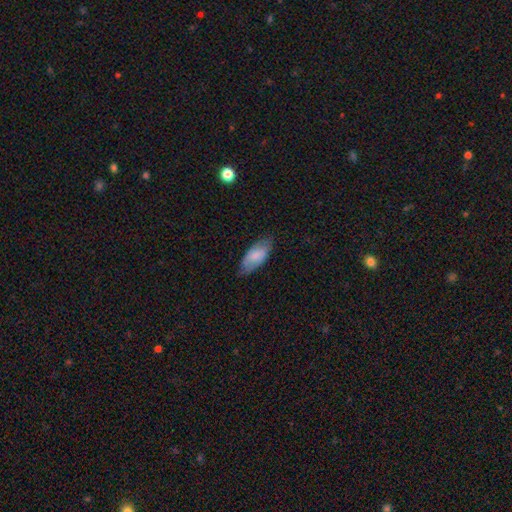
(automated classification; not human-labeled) Morphology: type=smooth (74%); roundness=in between (89%); merging=none (73%).